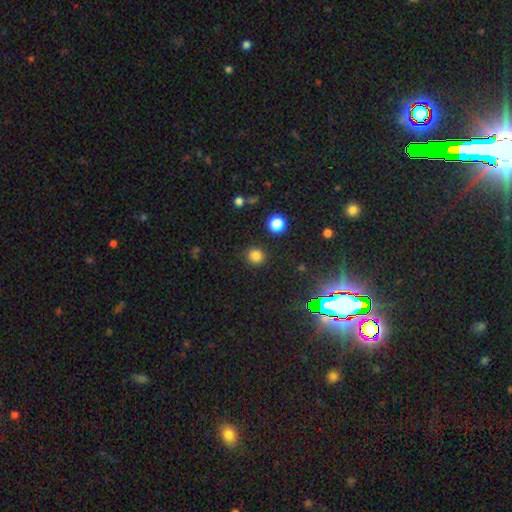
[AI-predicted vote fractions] Overall: smooth (81%). How rounded: round (91%). Merging: none (89%).